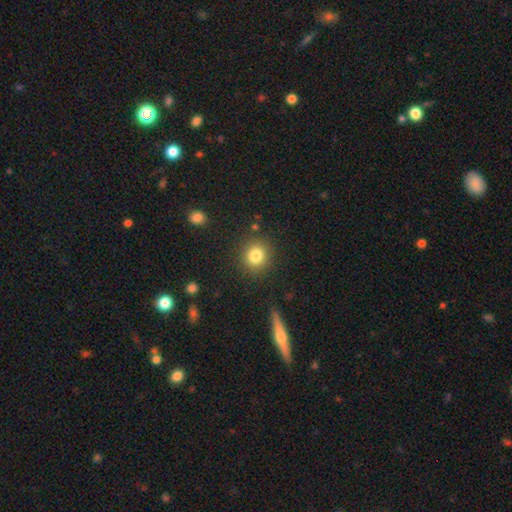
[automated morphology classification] Smooth or featured?
  - smooth: 82% *
  - star or artifact: 11%
  - featured or disk: 7%
How rounded?
  - round: 84% *
  - in between: 15%
  - cigar-shaped: 1%
Merging?
  - none: 88% *
  - minor disturbance: 7%
  - major disturbance: 3%
  - merger: 2%